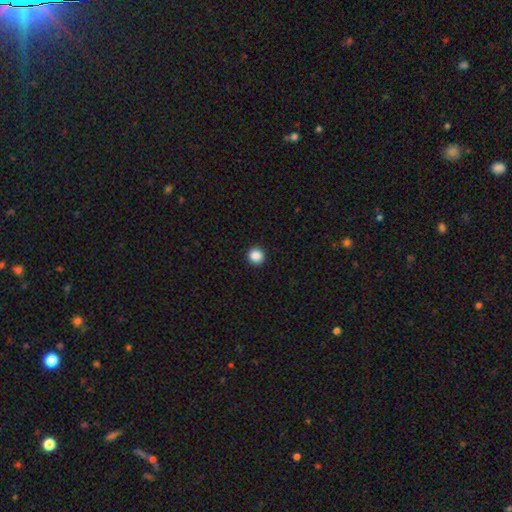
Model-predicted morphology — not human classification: type=smooth (88%); roundness=round (91%); merging=none (93%).